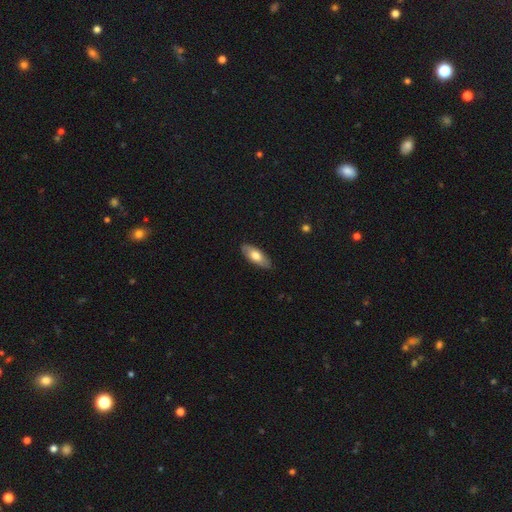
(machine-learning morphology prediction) Smooth or featured? smooth (68%)
How rounded? in between (80%)
Merging? none (86%)